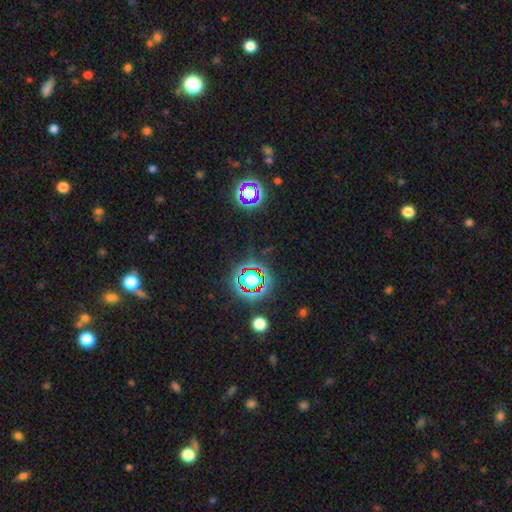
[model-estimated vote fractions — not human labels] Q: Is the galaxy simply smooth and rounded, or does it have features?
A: star or artifact — 79%.